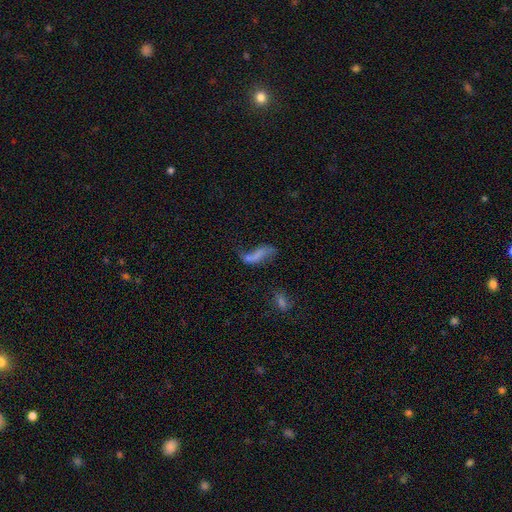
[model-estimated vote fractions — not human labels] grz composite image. It shows a featured or disk galaxy (46%). Merging: none (34%).